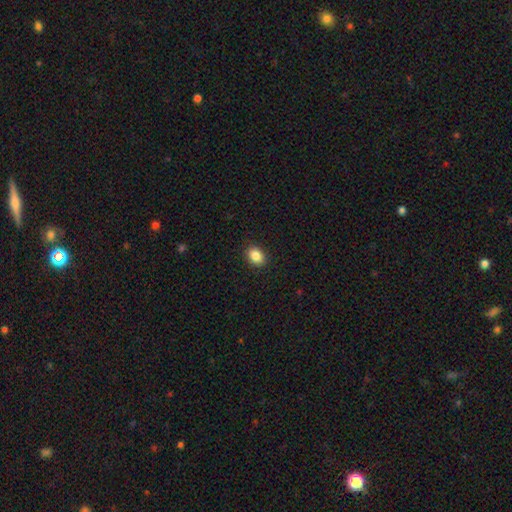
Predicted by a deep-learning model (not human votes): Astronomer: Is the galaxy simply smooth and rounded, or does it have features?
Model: smooth — 86%.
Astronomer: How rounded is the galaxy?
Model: in between — 70%.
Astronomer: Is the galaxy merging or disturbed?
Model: none — 89%.